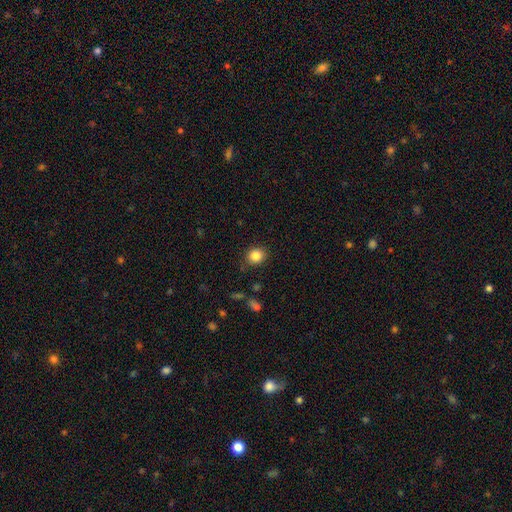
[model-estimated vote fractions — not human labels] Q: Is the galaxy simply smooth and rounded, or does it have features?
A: smooth — 85%.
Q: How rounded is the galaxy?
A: round — 77%.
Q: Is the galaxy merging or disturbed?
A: none — 87%.